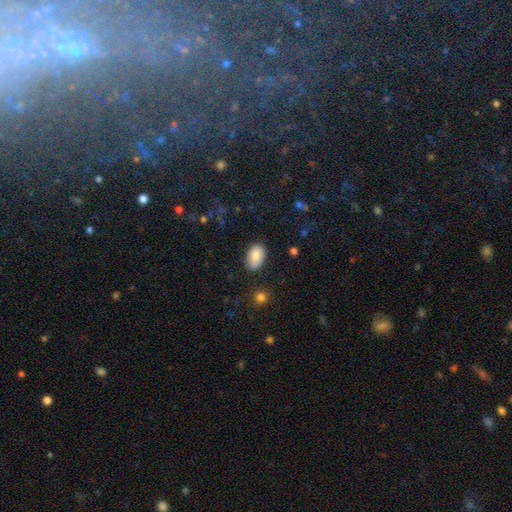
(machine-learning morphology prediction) smooth 84%, featured or disk 9%, star or artifact 7%. Down the decision tree: how rounded — in between (91%); merging — none (81%).